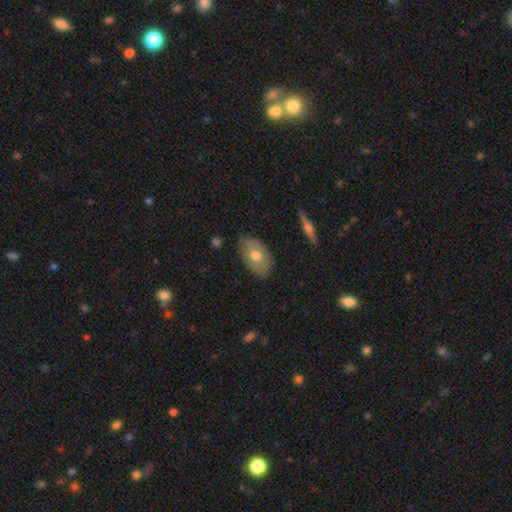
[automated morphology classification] type=smooth (57%); roundness=in between (91%); merging=none (81%).